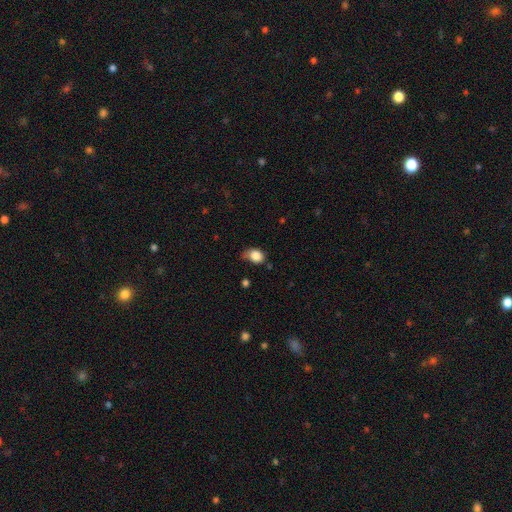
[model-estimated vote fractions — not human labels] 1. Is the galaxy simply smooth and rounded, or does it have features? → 84% smooth, 9% star or artifact, 7% featured or disk.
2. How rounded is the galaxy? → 56% in between, 43% round, 1% cigar-shaped.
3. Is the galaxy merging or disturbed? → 44% none, 40% minor disturbance, 12% major disturbance, 3% merger.